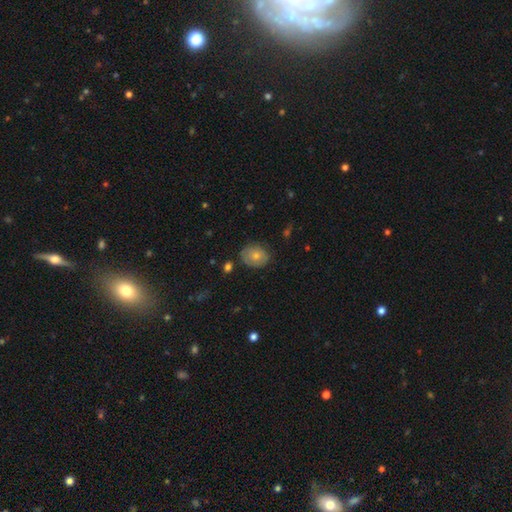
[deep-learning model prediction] Q: Smooth or featured?
A: smooth (68%); runner-up: featured or disk (24%)
Q: How rounded?
A: round (51%); runner-up: in between (48%)
Q: Merging?
A: none (74%); runner-up: minor disturbance (20%)